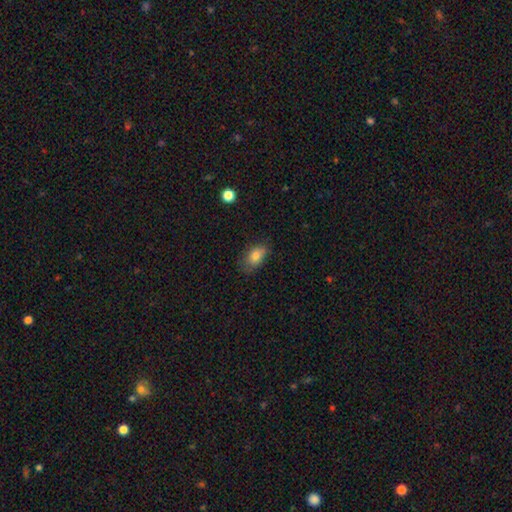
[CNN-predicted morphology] Smooth or featured? smooth (81%)
How rounded? in between (87%)
Merging? none (66%)